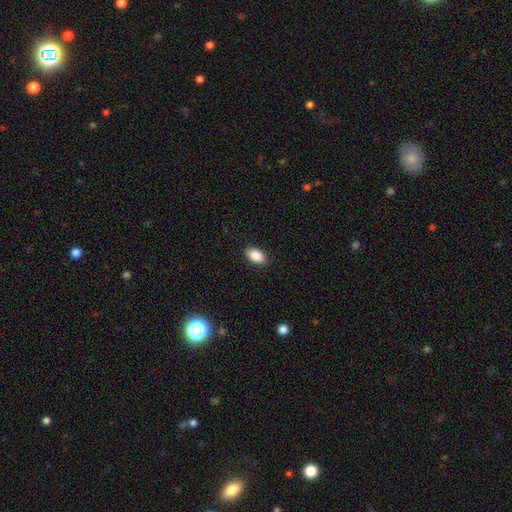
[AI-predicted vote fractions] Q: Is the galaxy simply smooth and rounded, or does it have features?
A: smooth — 88%.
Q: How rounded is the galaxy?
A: in between — 92%.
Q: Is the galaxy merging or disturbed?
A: none — 87%.